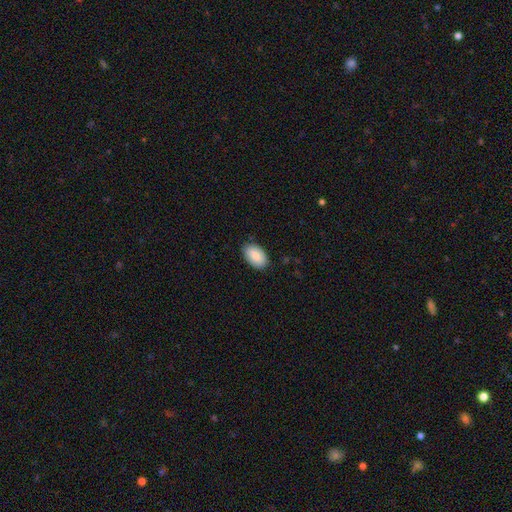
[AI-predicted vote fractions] smooth 82%, featured or disk 12%, star or artifact 6%. Down the decision tree: how rounded — in between (92%); merging — none (84%).